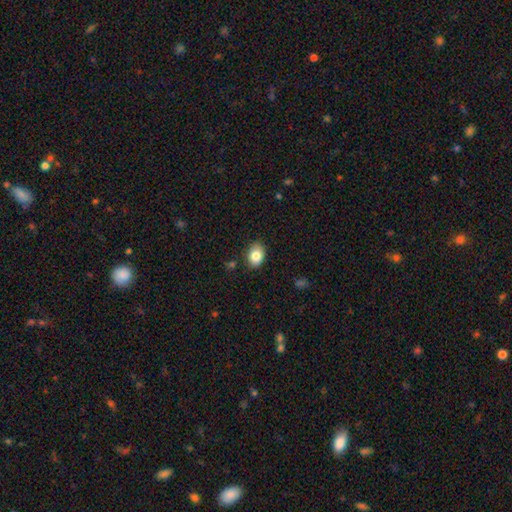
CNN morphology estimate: smooth 84%, featured or disk 9%, star or artifact 8%. Down the decision tree: how rounded — in between (81%); merging — none (82%).